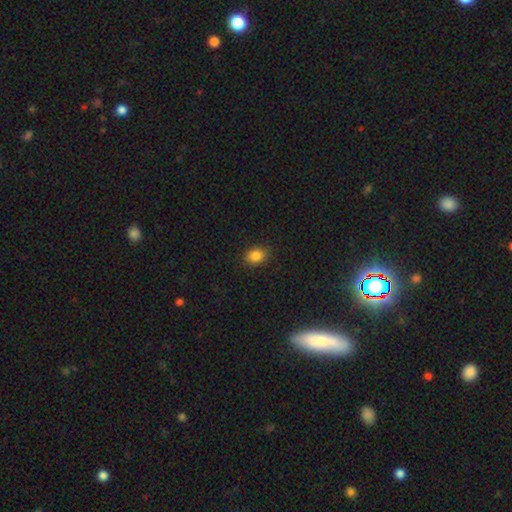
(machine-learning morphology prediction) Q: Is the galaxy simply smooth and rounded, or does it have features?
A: smooth — 86%.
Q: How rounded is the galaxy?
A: in between — 56%.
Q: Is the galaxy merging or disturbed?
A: none — 88%.